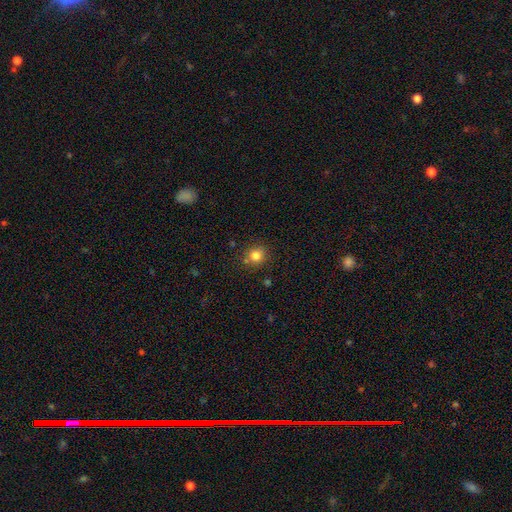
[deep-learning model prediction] smooth-or-featured: smooth: 80% | star or artifact: 13% | featured or disk: 7%
  how-rounded: round: 86% | in between: 13% | cigar-shaped: 1%
  merging: none: 80% | minor disturbance: 11% | merger: 6% | major disturbance: 3%